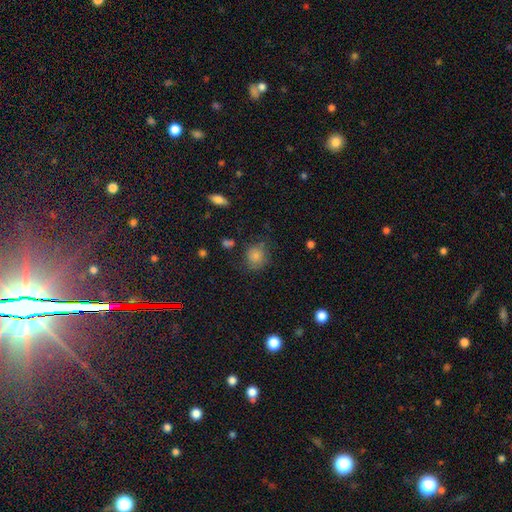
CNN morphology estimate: This is clearly a smooth galaxy (81%). How rounded: clearly round (82%). Merging: likely none (69%).